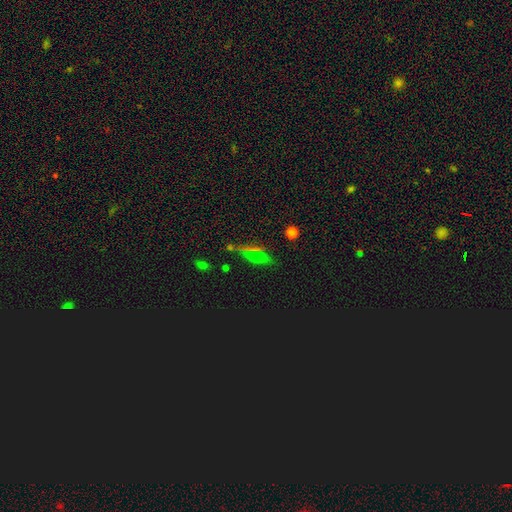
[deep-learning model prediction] Smooth or featured? Predicted: smooth (p=0.46). Merging? Predicted: none (p=0.74).